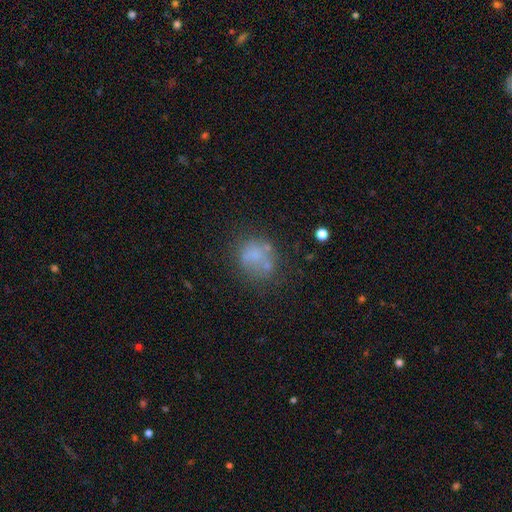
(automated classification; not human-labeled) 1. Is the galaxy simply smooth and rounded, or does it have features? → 58% smooth, 26% featured or disk, 16% star or artifact.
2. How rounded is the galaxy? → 74% round, 25% in between, 1% cigar-shaped.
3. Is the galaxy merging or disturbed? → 52% none, 20% minor disturbance, 14% merger, 14% major disturbance.